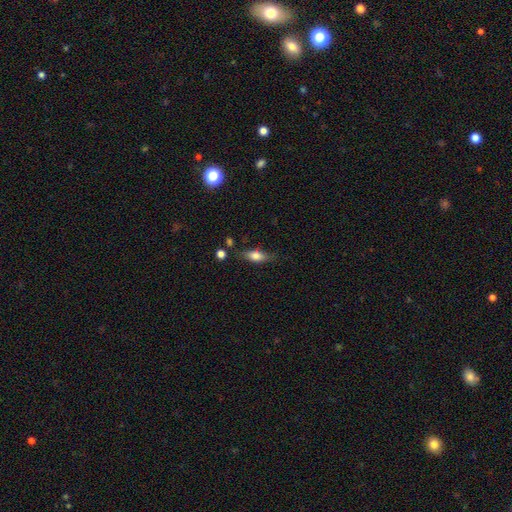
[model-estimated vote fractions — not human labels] smooth 70%, featured or disk 21%, star or artifact 8%. Down the decision tree: how rounded — in between (72%); merging — none (72%).